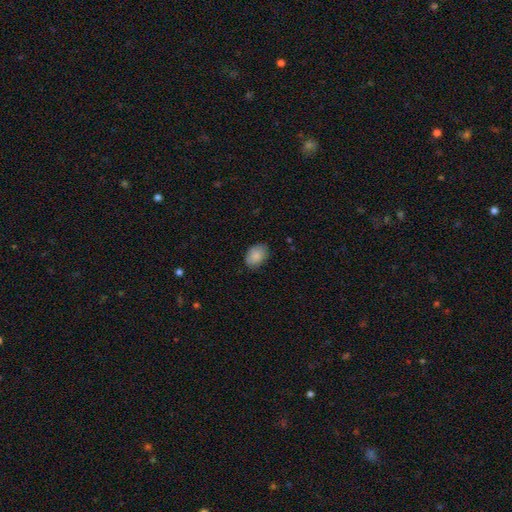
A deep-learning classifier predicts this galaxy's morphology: This is clearly a smooth galaxy (86%). How rounded: clearly in between (83%). Merging: clearly none (80%).